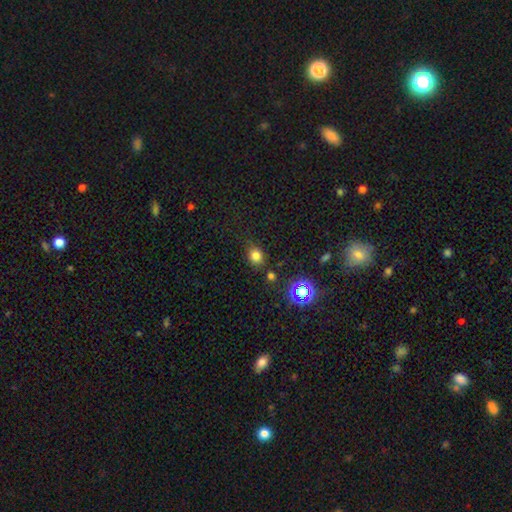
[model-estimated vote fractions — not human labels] smooth 74%, star or artifact 19%, featured or disk 7%. Down the decision tree: how rounded — round (67%); merging — none (74%).